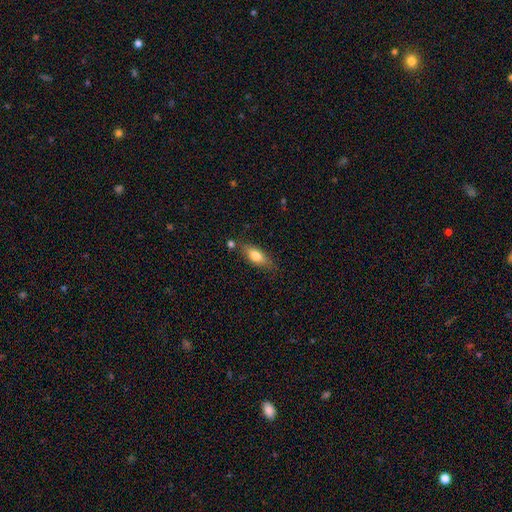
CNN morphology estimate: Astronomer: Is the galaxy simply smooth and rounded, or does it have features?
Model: smooth — 73%.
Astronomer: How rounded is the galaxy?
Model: in between — 75%.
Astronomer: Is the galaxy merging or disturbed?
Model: none — 69%.